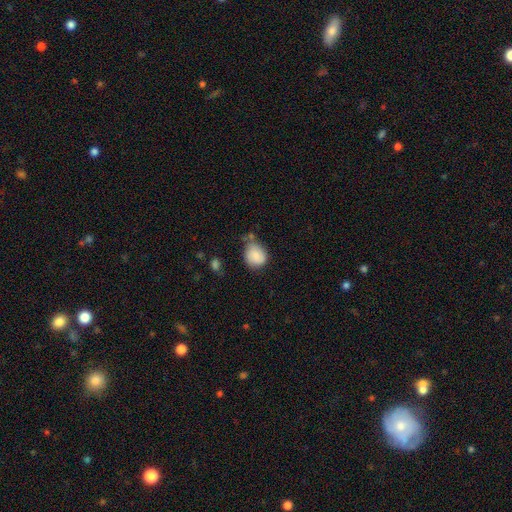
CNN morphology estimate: The model was most divided on "merging": none: 55%, minor disturbance: 29%, merger: 9%, major disturbance: 7%. More confident: smooth or featured — smooth (85%); how rounded — round (69%).